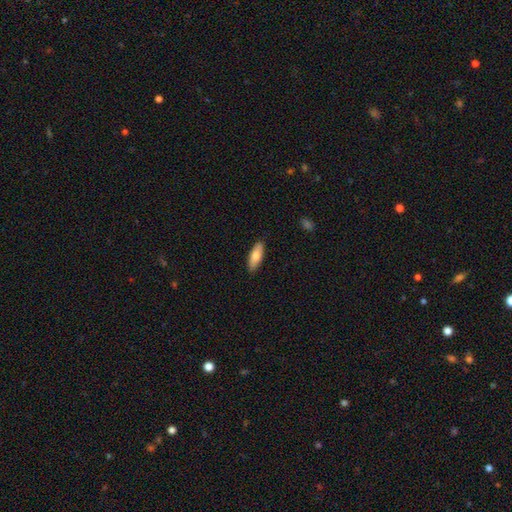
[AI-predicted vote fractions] smooth-or-featured: smooth: 77% | featured or disk: 17% | star or artifact: 6%
  how-rounded: in between: 67% | cigar-shaped: 31% | round: 2%
  merging: none: 89% | minor disturbance: 9% | major disturbance: 2% | merger: 1%